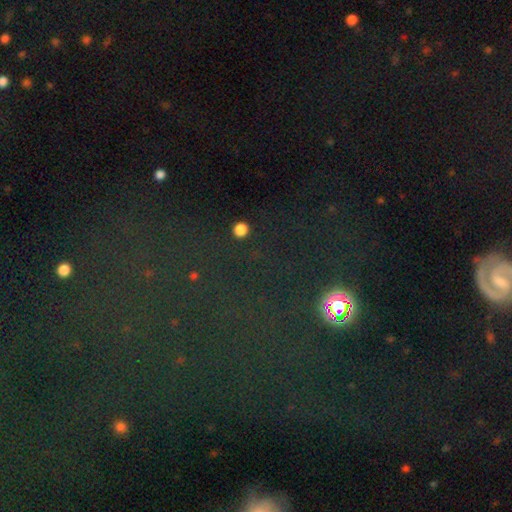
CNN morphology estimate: The model was most divided on "smooth or featured": star or artifact: 74%, smooth: 16%, featured or disk: 10%.